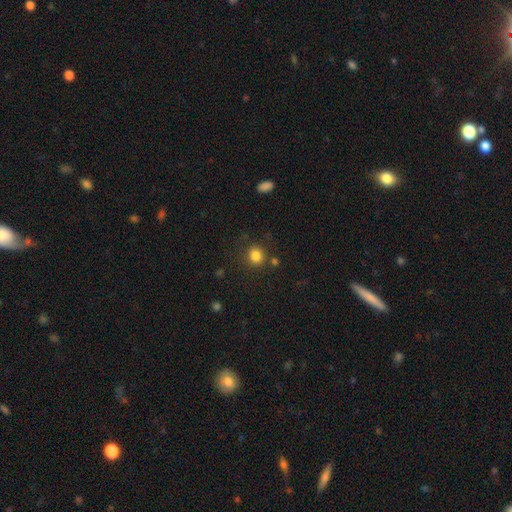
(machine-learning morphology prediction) Smooth or featured?
  - smooth: 83% *
  - star or artifact: 12%
  - featured or disk: 5%
How rounded?
  - round: 75% *
  - in between: 24%
  - cigar-shaped: 1%
Merging?
  - none: 80% *
  - minor disturbance: 11%
  - merger: 5%
  - major disturbance: 4%